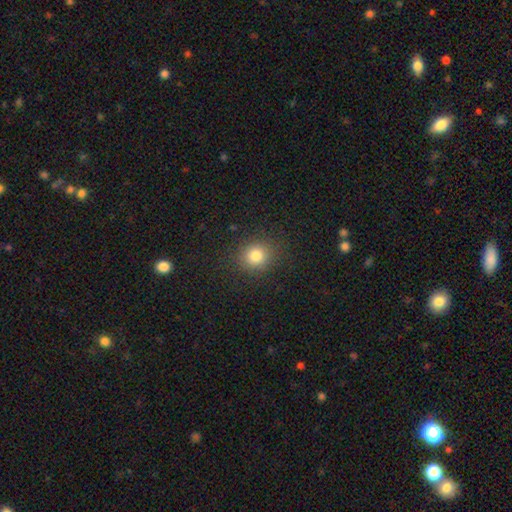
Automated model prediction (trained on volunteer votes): Overall: smooth (81%). How rounded: round (80%). Merging: none (88%).